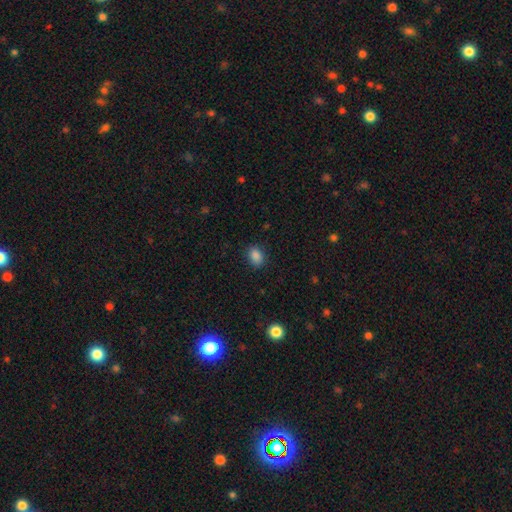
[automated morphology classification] This appears to be a smooth galaxy with no disk features (87%) that is in between round and cigar-shaped (72%). Merging: none (86%).